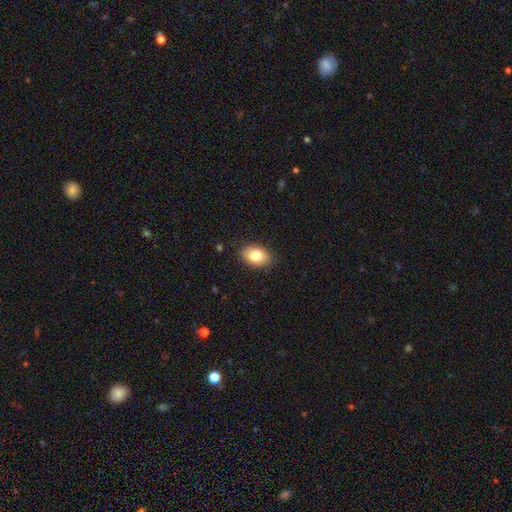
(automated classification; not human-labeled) A smooth galaxy with no disk features (82%) that is in between round and cigar-shaped (83%).

Vote fractions:
- Smooth or featured? smooth: 82% / featured or disk: 10% / star or artifact: 8%
- How rounded? in between: 83% / round: 16% / cigar-shaped: 1%
- Merging? none: 88% / minor disturbance: 9% / major disturbance: 2% / merger: 1%